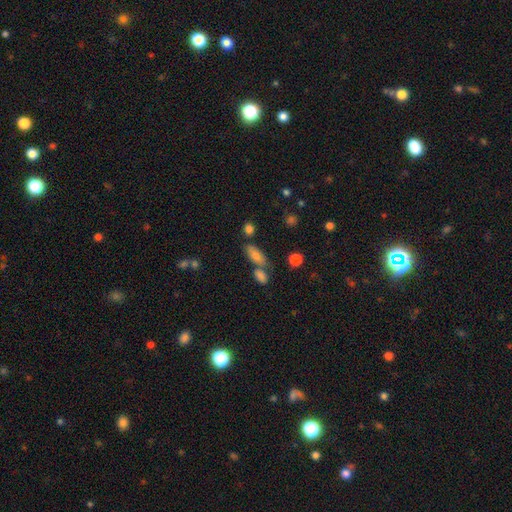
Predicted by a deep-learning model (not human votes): smooth_or_featured: smooth (p=0.75) [alt: star or artifact p=0.13]
how_rounded: in between (p=0.69) [alt: cigar-shaped p=0.25]
merging: none (p=0.55) [alt: merger p=0.26]